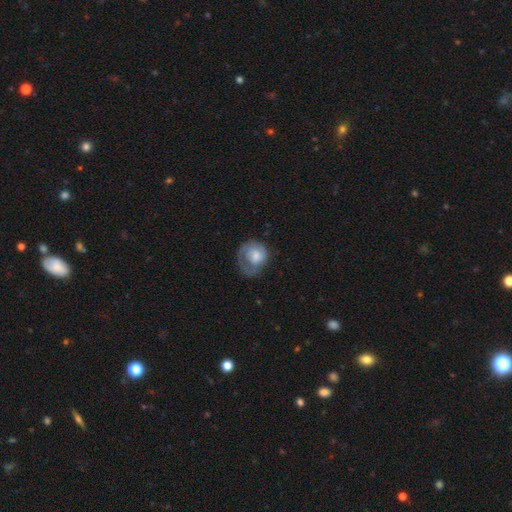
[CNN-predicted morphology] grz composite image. It shows a smooth galaxy with no disk features (54%) that is round (70%). Merging: major disturbance (37%).